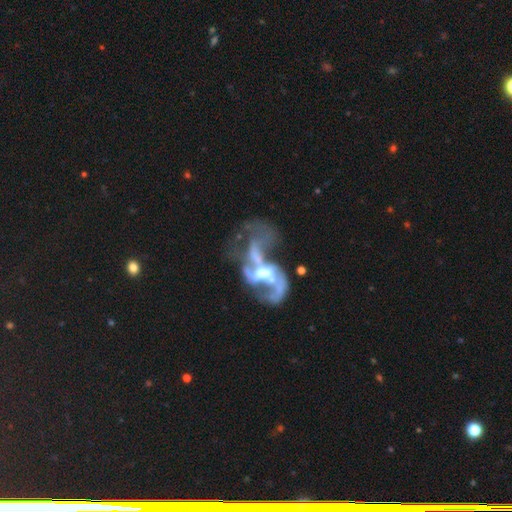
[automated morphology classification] featured or disk 80%, smooth 11%, star or artifact 10%. Down the decision tree: edge-on disk — no (97%); bar — no (45%); spiral arms — yes (65%); spiral arm count — 2 (46%); spiral winding — loose (65%); bulge size — moderate (50%); merging — merger (40%).